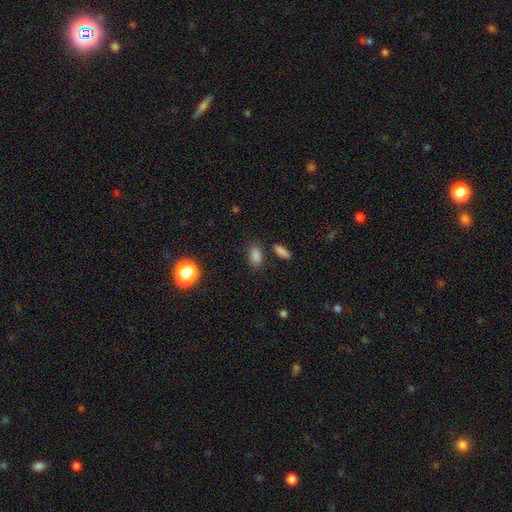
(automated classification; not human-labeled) Morphology: type=smooth (81%); roundness=in between (83%); merging=none (81%).